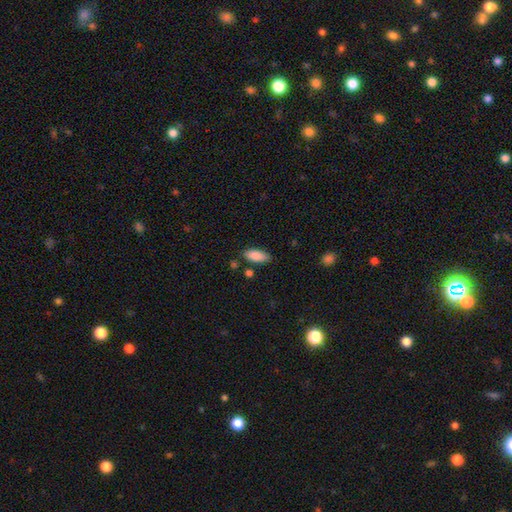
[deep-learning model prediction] Overall: smooth (87%). How rounded: in between (82%). Merging: none (79%).